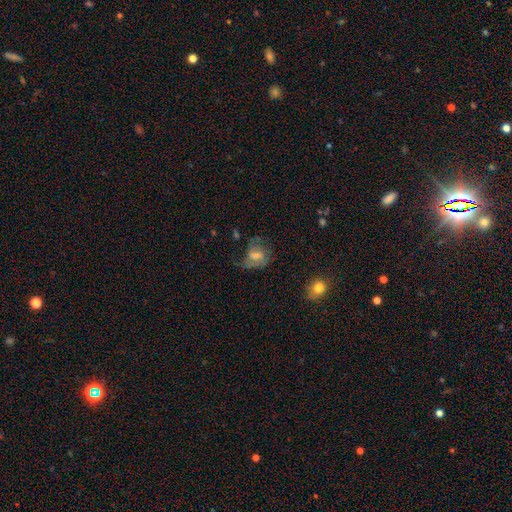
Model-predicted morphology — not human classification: This is possibly a featured or disk galaxy (52%). It is clearly not viewed edge-on (96%). Bar: possibly no (46%). Spiral arm pattern: likely yes (73%). Central bulge: possibly moderate (47%). Merging: possibly none (46%).